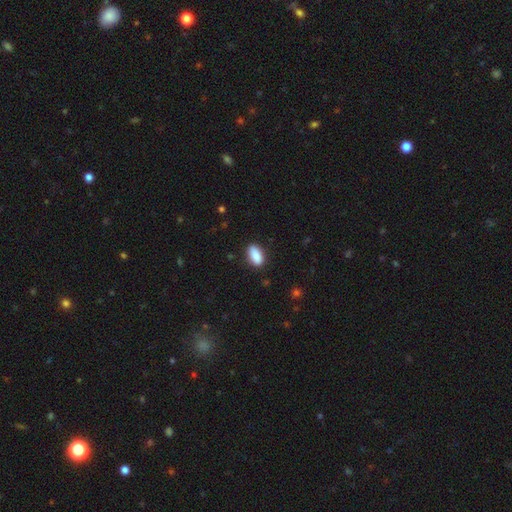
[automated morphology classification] Smooth or featured? Predicted: smooth (p=0.90). How rounded? Predicted: in between (p=0.91). Merging? Predicted: none (p=0.86).